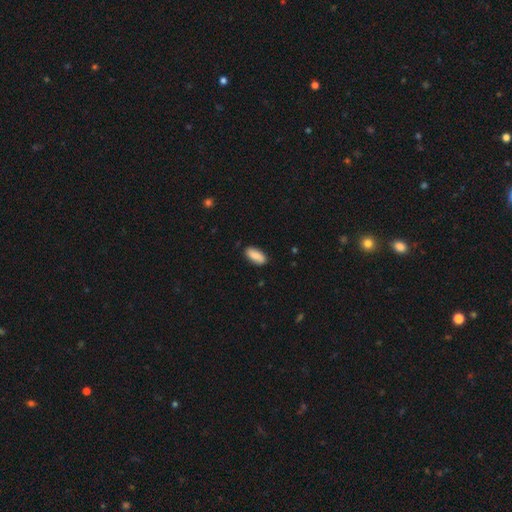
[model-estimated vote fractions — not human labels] A smooth galaxy with no disk features (84%) that is in between round and cigar-shaped (86%).

Vote fractions:
- Smooth or featured? smooth: 84% / featured or disk: 10% / star or artifact: 6%
- How rounded? in between: 86% / cigar-shaped: 12% / round: 2%
- Merging? none: 86% / minor disturbance: 11% / major disturbance: 2% / merger: 1%